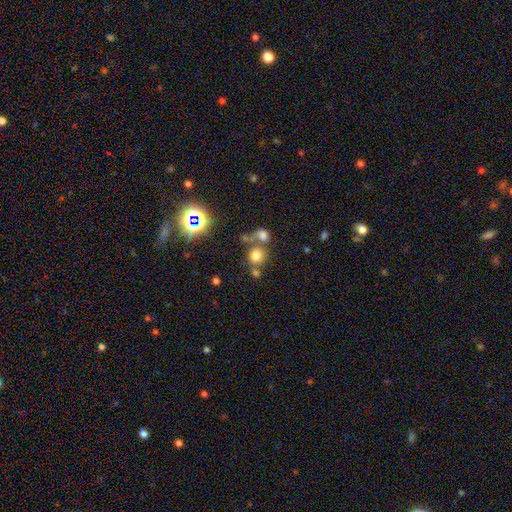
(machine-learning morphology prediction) This is likely a smooth galaxy (71%). How rounded: clearly round (86%). Merging: possibly none (56%).